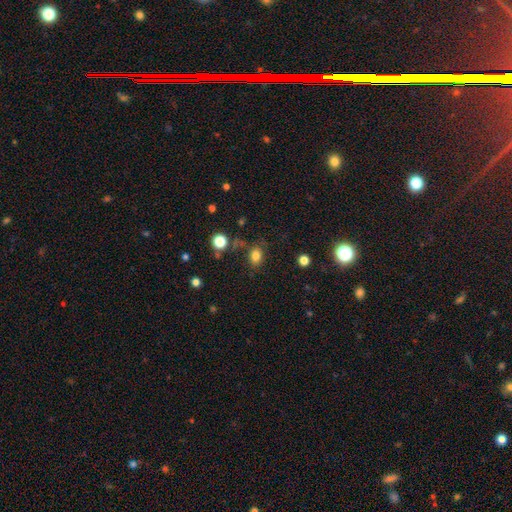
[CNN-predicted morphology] Smooth or featured: smooth — 80% (star or artifact — 13%)
How rounded: in between — 63% (round — 36%)
Merging: none — 73% (minor disturbance — 16%)